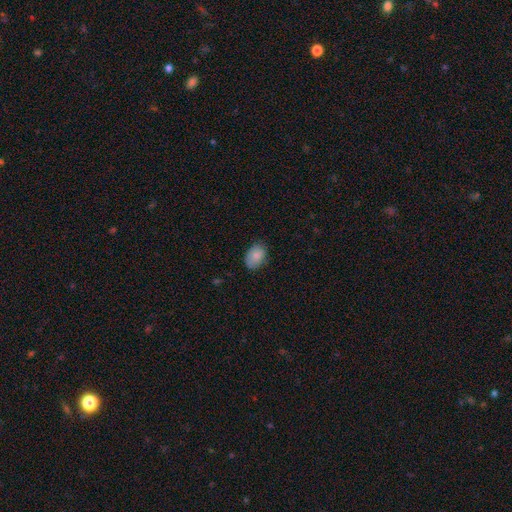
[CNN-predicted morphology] Smooth or featured: smooth — 85% (featured or disk — 8%)
How rounded: in between — 81% (round — 18%)
Merging: none — 75% (minor disturbance — 20%)